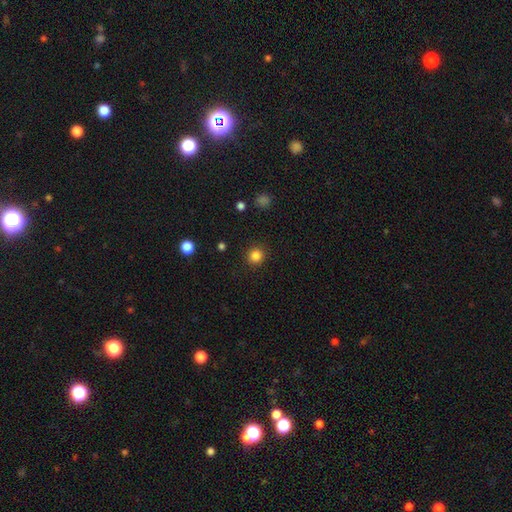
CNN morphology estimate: Smooth or featured?
  - smooth: 84% *
  - star or artifact: 12%
  - featured or disk: 4%
How rounded?
  - round: 91% *
  - in between: 8%
  - cigar-shaped: 1%
Merging?
  - none: 90% *
  - minor disturbance: 6%
  - major disturbance: 2%
  - merger: 1%